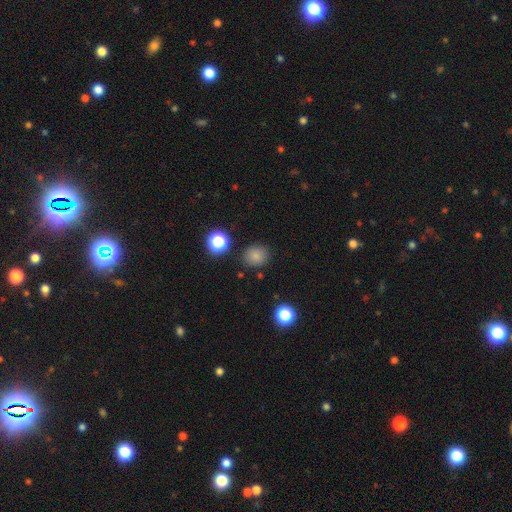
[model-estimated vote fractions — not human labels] Overall: smooth (80%). How rounded: round (73%). Merging: none (83%).